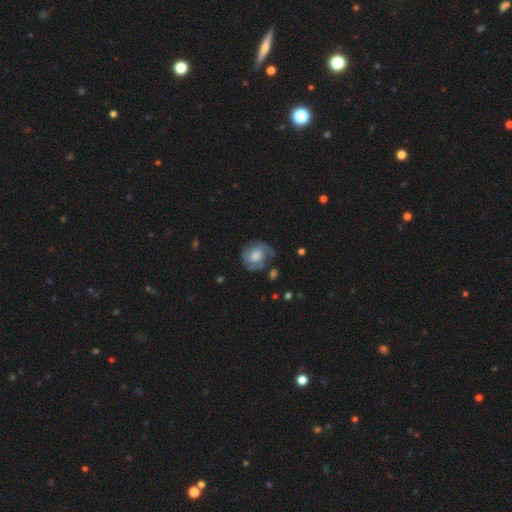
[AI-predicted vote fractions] Smooth or featured? featured or disk (68%)
Edge-on disk? no (98%)
Bar? no (68%)
Spiral arms? yes (87%)
Spiral winding? tight (46%)
Spiral arm count? 2 (43%)
Bulge size? moderate (48%)
Merging? none (65%)